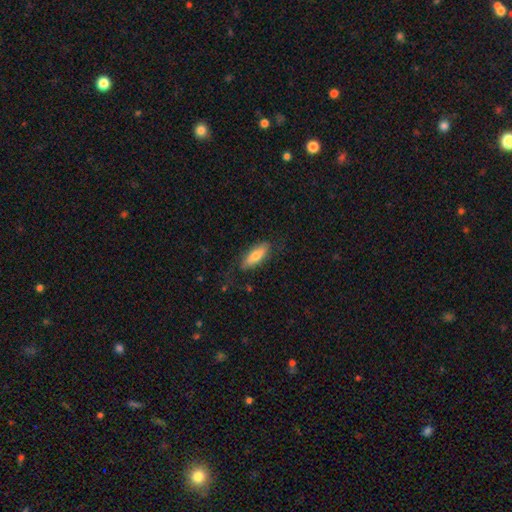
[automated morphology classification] Smooth or featured: smooth — 70% (featured or disk — 24%)
How rounded: in between — 59% (cigar-shaped — 39%)
Merging: none — 77% (minor disturbance — 17%)